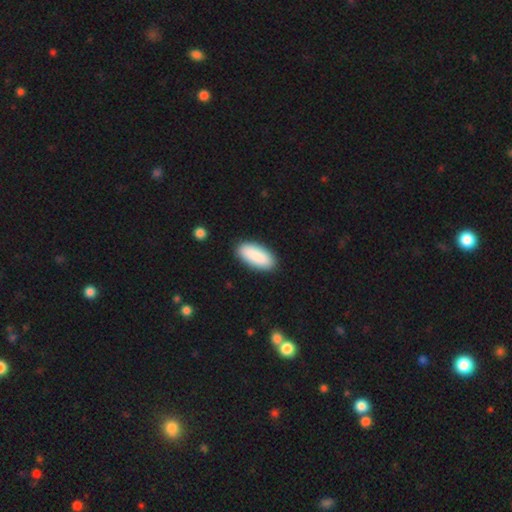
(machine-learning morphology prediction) Overall: smooth (90%). How rounded: in between (82%). Merging: none (89%).